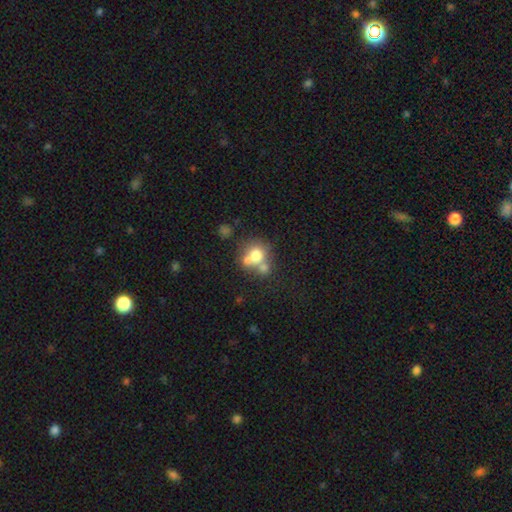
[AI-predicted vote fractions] A smooth galaxy with no disk features (67%) that is round (80%).

Vote fractions:
- Smooth or featured? smooth: 67% / featured or disk: 20% / star or artifact: 12%
- How rounded? round: 80% / in between: 19% / cigar-shaped: 1%
- Merging? merger: 47% / none: 39% / minor disturbance: 9% / major disturbance: 5%